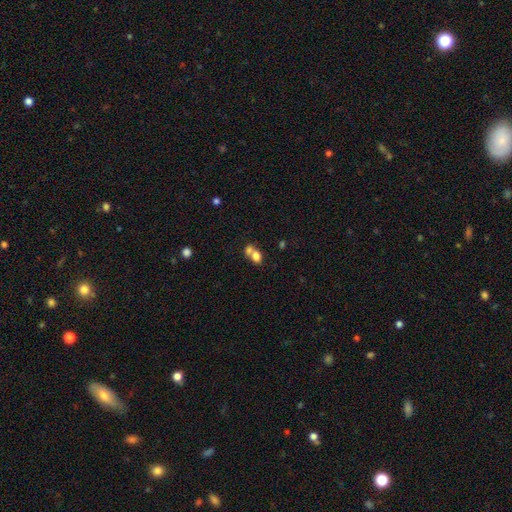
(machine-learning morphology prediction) Smooth or featured? Predicted: smooth (p=0.75). How rounded? Predicted: in between (p=0.59). Merging? Predicted: merger (p=0.61).